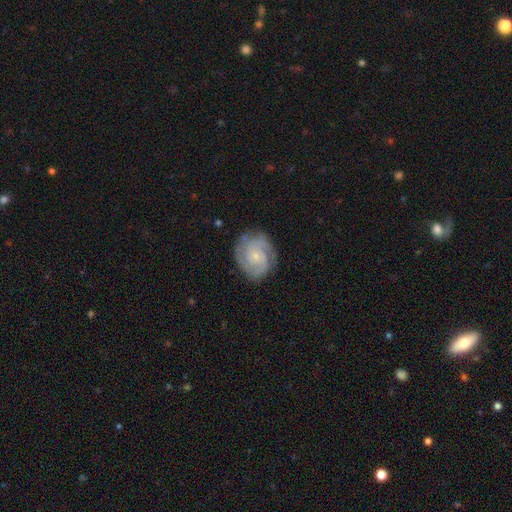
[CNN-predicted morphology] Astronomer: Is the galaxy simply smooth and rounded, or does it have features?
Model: featured or disk — 79%.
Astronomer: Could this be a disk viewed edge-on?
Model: no — 98%.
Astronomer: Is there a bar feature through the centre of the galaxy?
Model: no — 74%.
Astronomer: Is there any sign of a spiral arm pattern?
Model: yes — 96%.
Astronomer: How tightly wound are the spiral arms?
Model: tight — 58% (runner-up: medium, 35%).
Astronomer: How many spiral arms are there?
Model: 2 — 39% (runner-up: 3, 30%).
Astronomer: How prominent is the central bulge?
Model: small — 75%.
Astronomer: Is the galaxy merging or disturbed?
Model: none — 79%.